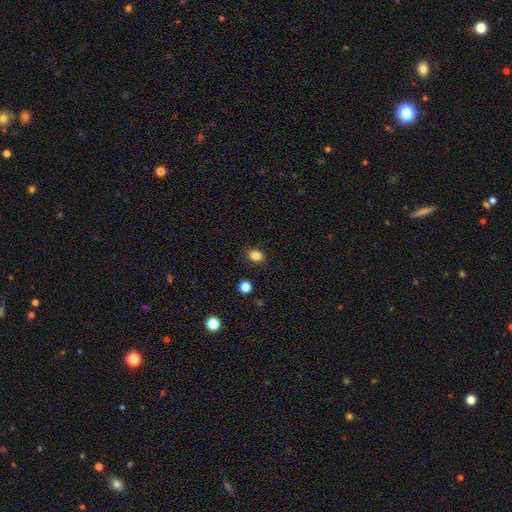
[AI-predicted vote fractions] This is clearly a smooth galaxy (85%). How rounded: likely in between (67%). Merging: clearly none (86%).